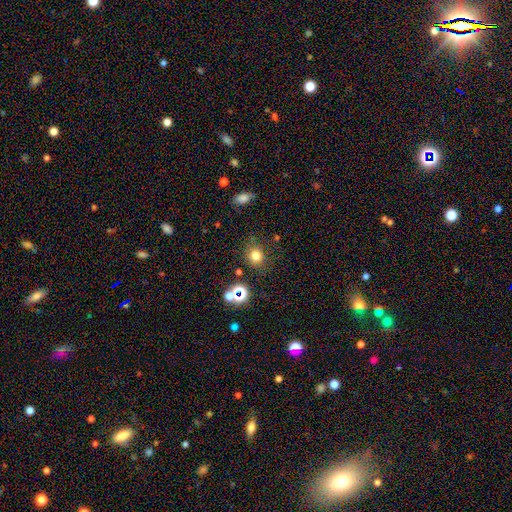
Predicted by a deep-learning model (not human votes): Overall: smooth (74%). How rounded: round (79%). Merging: none (78%).